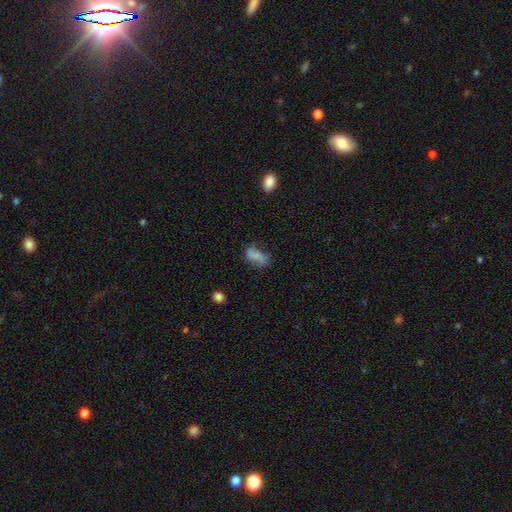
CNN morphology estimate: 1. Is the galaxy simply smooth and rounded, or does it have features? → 64% smooth, 25% featured or disk, 11% star or artifact.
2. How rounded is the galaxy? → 88% in between, 6% round, 6% cigar-shaped.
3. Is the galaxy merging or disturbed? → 46% none, 29% minor disturbance, 17% major disturbance, 7% merger.